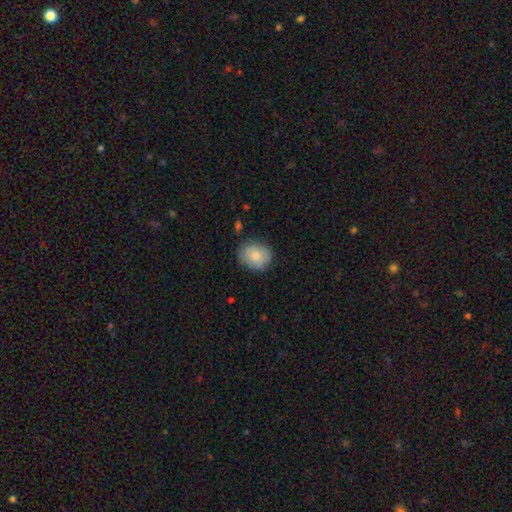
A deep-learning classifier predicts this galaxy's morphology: Smooth or featured: smooth — 80% (featured or disk — 13%)
How rounded: round — 59% (in between — 40%)
Merging: none — 77% (minor disturbance — 17%)